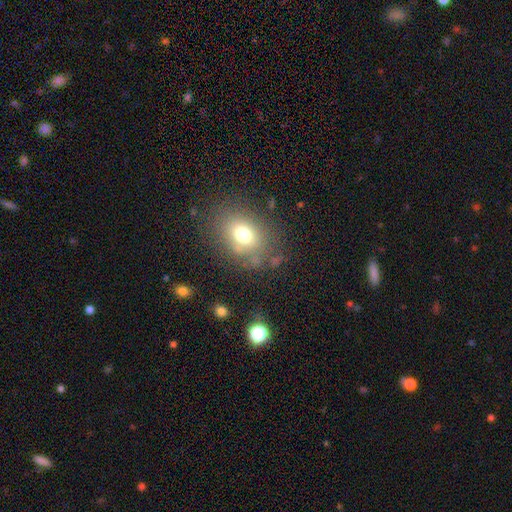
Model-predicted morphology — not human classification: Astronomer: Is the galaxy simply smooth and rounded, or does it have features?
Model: smooth — 66%.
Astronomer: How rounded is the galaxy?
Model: in between — 52% (runner-up: round, 47%).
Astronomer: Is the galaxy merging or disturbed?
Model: none — 78%.